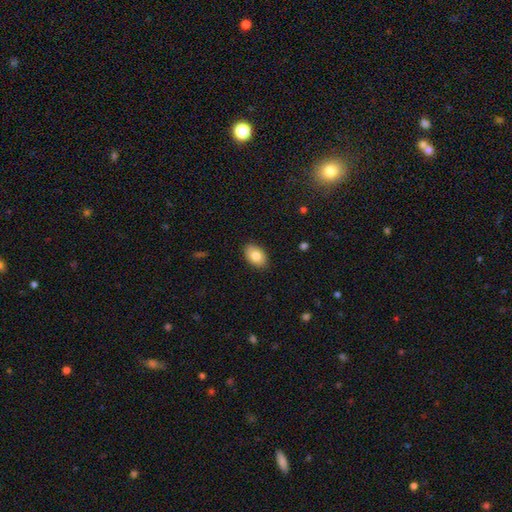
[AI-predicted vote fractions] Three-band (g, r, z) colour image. It shows a smooth galaxy with no disk features (82%) that is in between round and cigar-shaped (87%). Merging: none (87%).